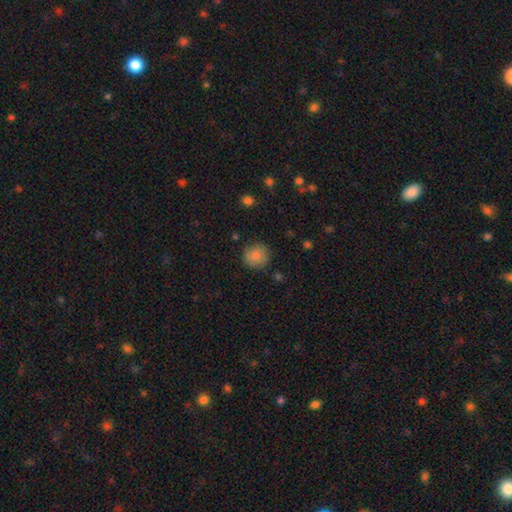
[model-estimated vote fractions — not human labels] Smooth or featured? Predicted: smooth (p=0.84). How rounded? Predicted: round (p=0.89). Merging? Predicted: none (p=0.81).